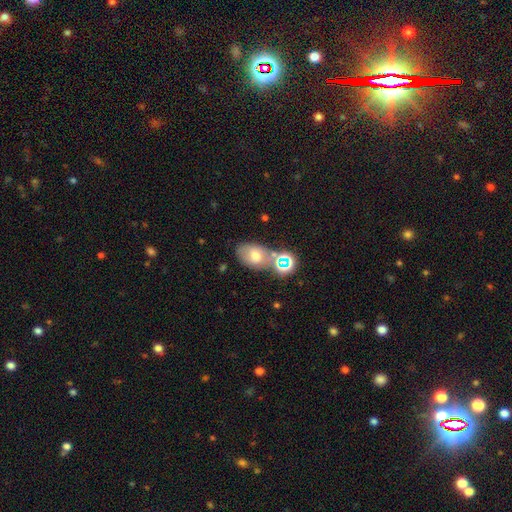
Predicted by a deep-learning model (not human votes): A smooth galaxy with no disk features (54%) that is in between round and cigar-shaped (80%).

Vote fractions:
- Smooth or featured? smooth: 54% / featured or disk: 25% / star or artifact: 21%
- How rounded? in between: 80% / round: 19% / cigar-shaped: 2%
- Merging? none: 50% / merger: 24% / minor disturbance: 18% / major disturbance: 8%